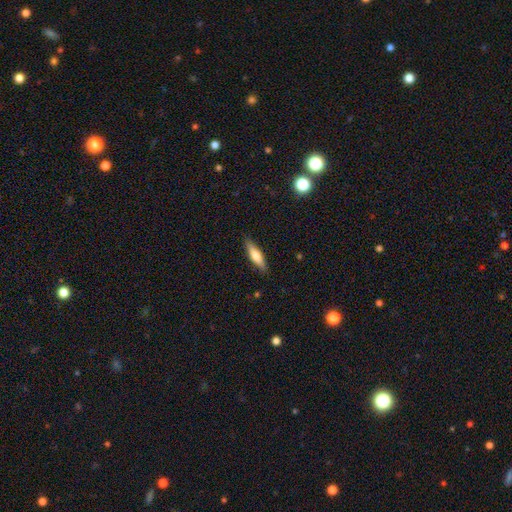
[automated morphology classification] A smooth galaxy with no disk features (64%) that is cigar-shaped (65%). Merging: none (87%).